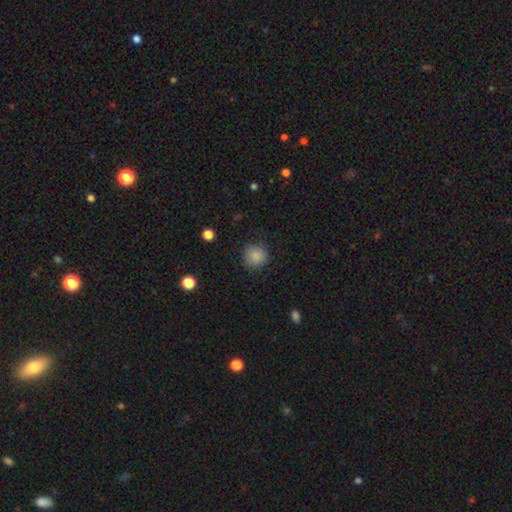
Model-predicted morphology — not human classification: The model was most divided on "merging": none: 84%, minor disturbance: 12%, major disturbance: 3%, merger: 1%. More confident: how rounded — round (92%); smooth or featured — smooth (86%).